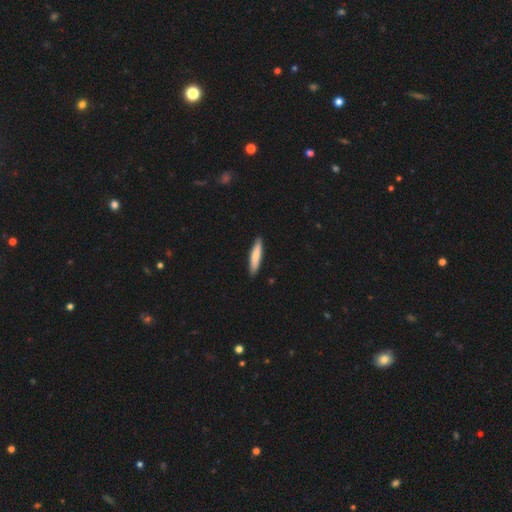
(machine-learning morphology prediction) Smooth or featured?
  - smooth: 78% *
  - featured or disk: 17%
  - star or artifact: 5%
How rounded?
  - cigar-shaped: 85% *
  - in between: 13%
  - round: 1%
Merging?
  - none: 90% *
  - minor disturbance: 8%
  - major disturbance: 1%
  - merger: 1%